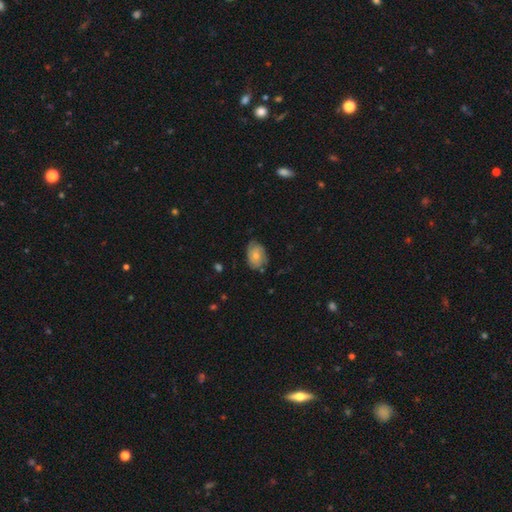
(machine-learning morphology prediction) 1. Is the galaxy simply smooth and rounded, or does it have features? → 51% smooth, 42% featured or disk, 7% star or artifact.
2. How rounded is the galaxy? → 78% in between, 21% round, 1% cigar-shaped.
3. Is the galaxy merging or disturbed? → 64% none, 28% minor disturbance, 7% major disturbance, 2% merger.